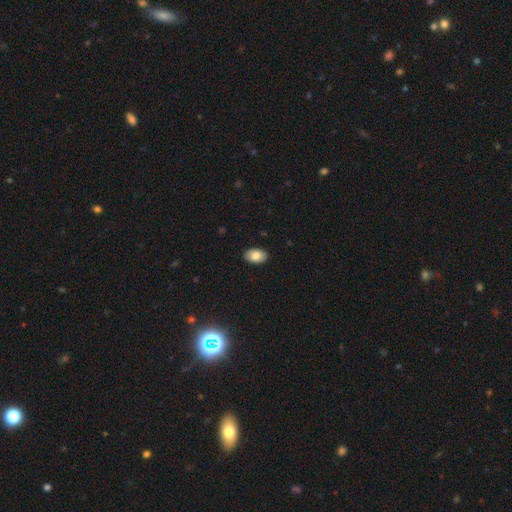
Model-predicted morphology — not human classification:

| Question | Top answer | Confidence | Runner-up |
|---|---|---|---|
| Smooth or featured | smooth | 82% | featured or disk (11%) |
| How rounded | in between | 92% | round (7%) |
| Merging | none | 89% | minor disturbance (8%) |